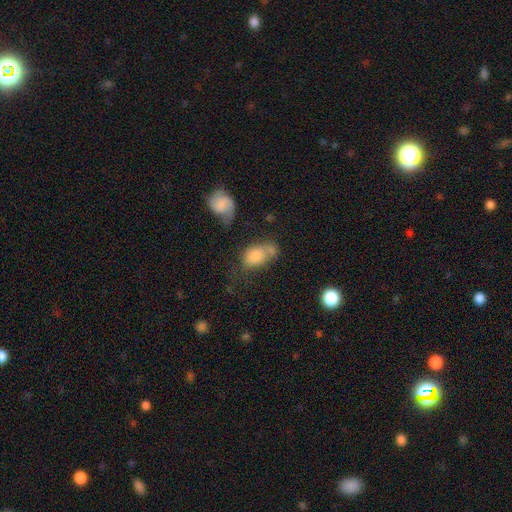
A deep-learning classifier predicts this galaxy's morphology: Smooth or featured? smooth (75%)
How rounded? in between (80%)
Merging? none (34%)